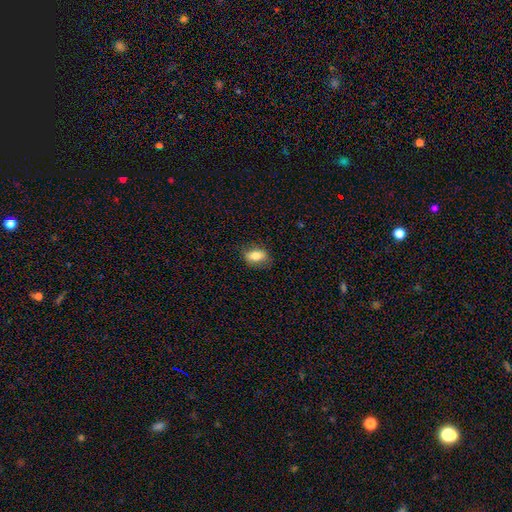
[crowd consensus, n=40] This appears to be a smooth galaxy with no disk features (80%) that is in between round and cigar-shaped (81%). Merging: none (78%).